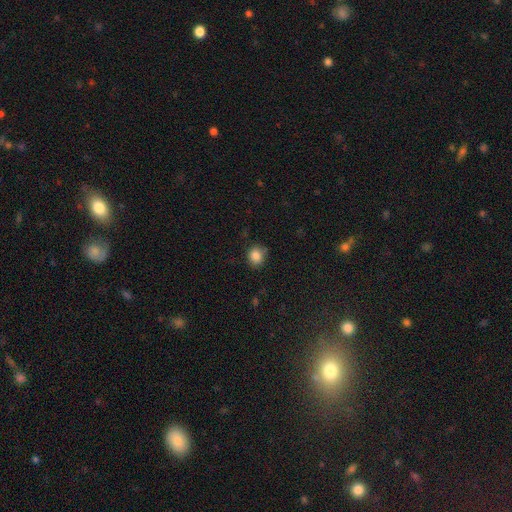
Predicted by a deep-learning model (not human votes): Q: Smooth or featured?
A: smooth (85%); runner-up: star or artifact (10%)
Q: How rounded?
A: round (76%); runner-up: in between (23%)
Q: Merging?
A: none (78%); runner-up: minor disturbance (16%)